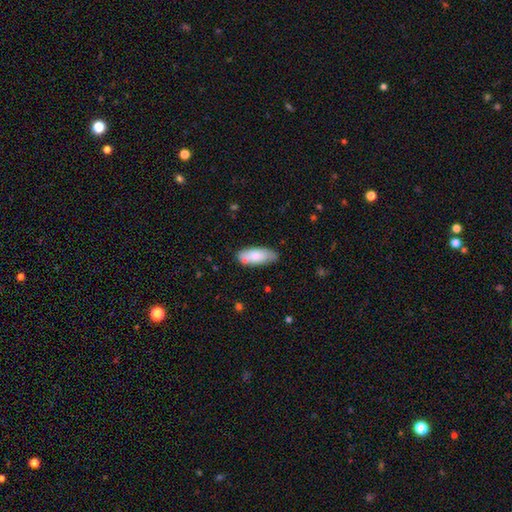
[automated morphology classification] smooth-or-featured: smooth: 78% | featured or disk: 16% | star or artifact: 6%
  how-rounded: in between: 79% | cigar-shaped: 19% | round: 2%
  merging: none: 74% | minor disturbance: 18% | merger: 5% | major disturbance: 3%